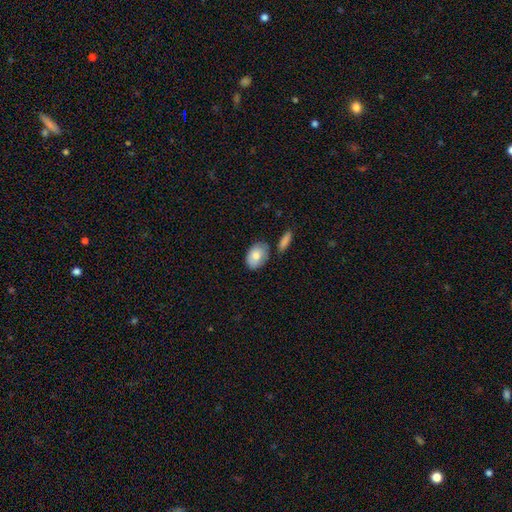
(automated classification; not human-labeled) This is clearly a smooth galaxy (80%). How rounded: clearly in between (85%). Merging: likely none (68%).